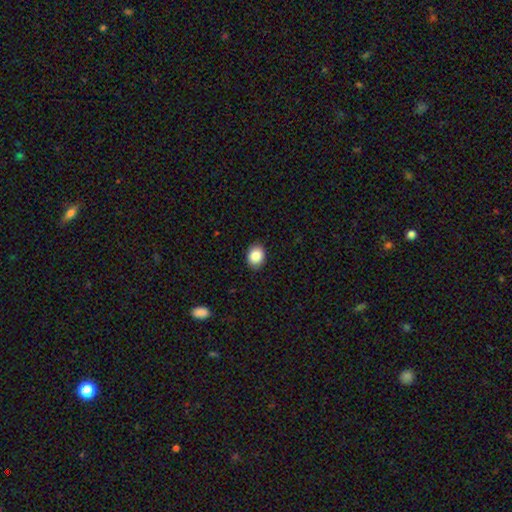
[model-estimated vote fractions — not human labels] Smooth or featured: smooth — 88% (star or artifact — 8%)
How rounded: in between — 53% (round — 46%)
Merging: none — 88% (minor disturbance — 9%)